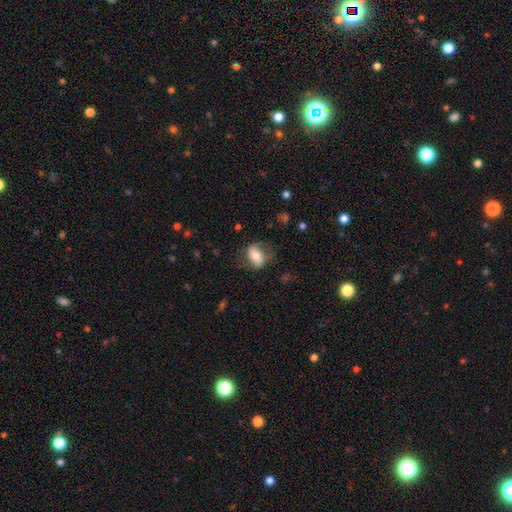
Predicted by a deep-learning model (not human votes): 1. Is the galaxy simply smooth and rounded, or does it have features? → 58% smooth, 35% featured or disk, 8% star or artifact.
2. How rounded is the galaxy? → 81% in between, 15% round, 4% cigar-shaped.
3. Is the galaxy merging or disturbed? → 62% none, 23% minor disturbance, 14% major disturbance, 2% merger.